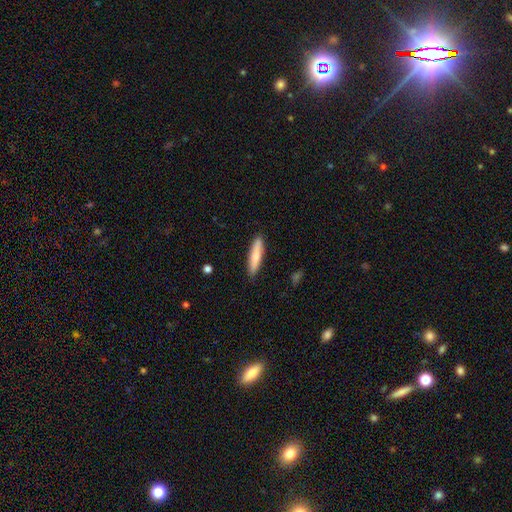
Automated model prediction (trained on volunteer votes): Morphology: type=smooth (76%); roundness=cigar-shaped (84%); merging=none (88%).